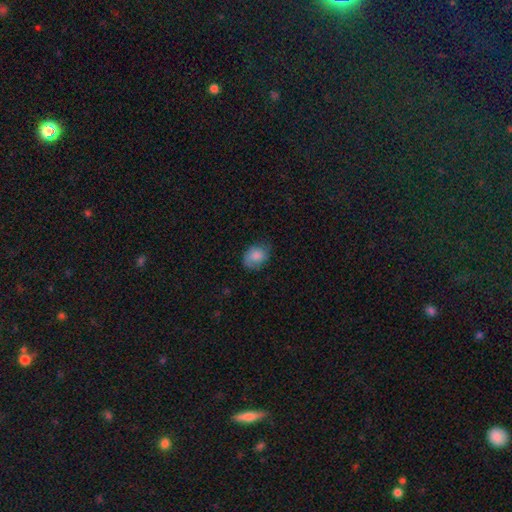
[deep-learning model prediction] Overall: smooth (81%). How rounded: in between (64%; round 35%). Merging: none (66%).